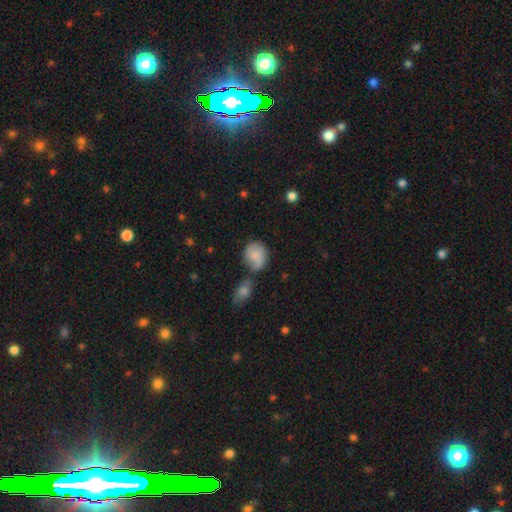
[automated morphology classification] Smooth or featured? smooth (79%)
How rounded? round (63%)
Merging? none (45%)